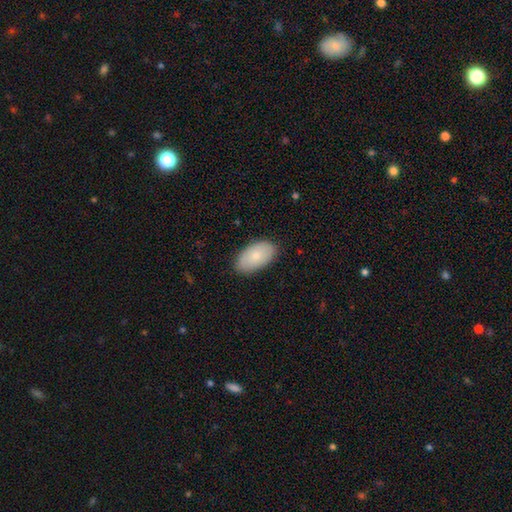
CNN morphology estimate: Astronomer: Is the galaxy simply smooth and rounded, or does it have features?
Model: smooth — 81%.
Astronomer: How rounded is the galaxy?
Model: in between — 95%.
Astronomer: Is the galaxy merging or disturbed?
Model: none — 86%.